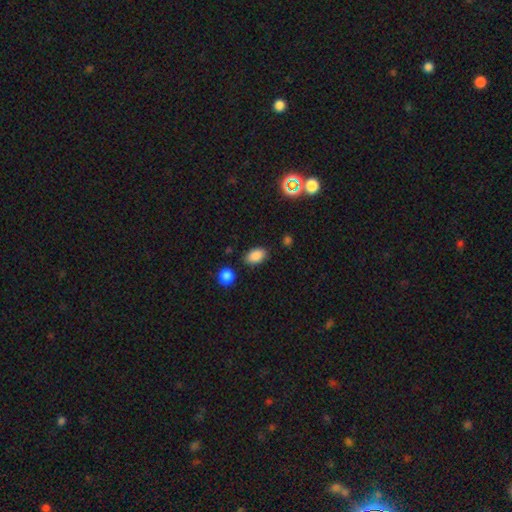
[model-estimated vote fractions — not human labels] Q: Smooth or featured?
A: smooth (86%); runner-up: star or artifact (10%)
Q: How rounded?
A: in between (88%); runner-up: round (10%)
Q: Merging?
A: none (83%); runner-up: minor disturbance (11%)